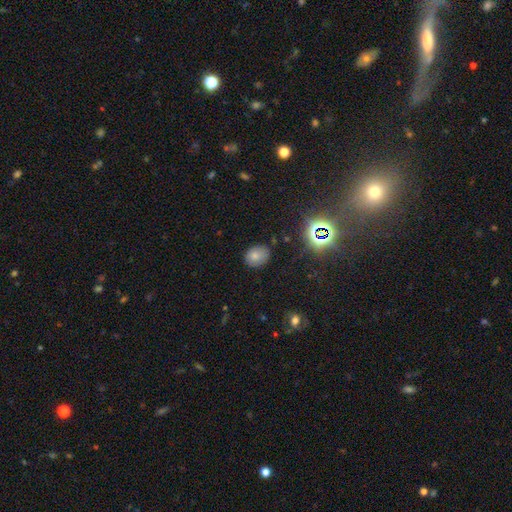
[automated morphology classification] Smooth or featured? Predicted: smooth (p=0.73). How rounded? Predicted: in between (p=0.58). Merging? Predicted: none (p=0.76).